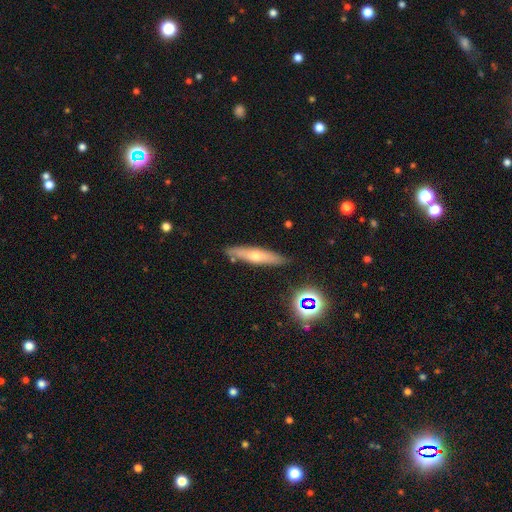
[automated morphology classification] Q: Smooth or featured?
A: featured or disk (47%); runner-up: smooth (43%)
Q: Merging?
A: none (84%); runner-up: minor disturbance (11%)